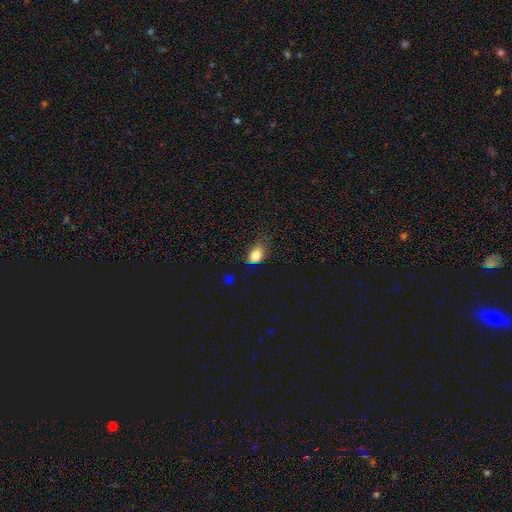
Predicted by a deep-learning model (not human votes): smooth-or-featured: smooth: 81% | star or artifact: 10% | featured or disk: 8%
  how-rounded: in between: 69% | round: 29% | cigar-shaped: 1%
  merging: none: 44% | minor disturbance: 39% | major disturbance: 14% | merger: 3%